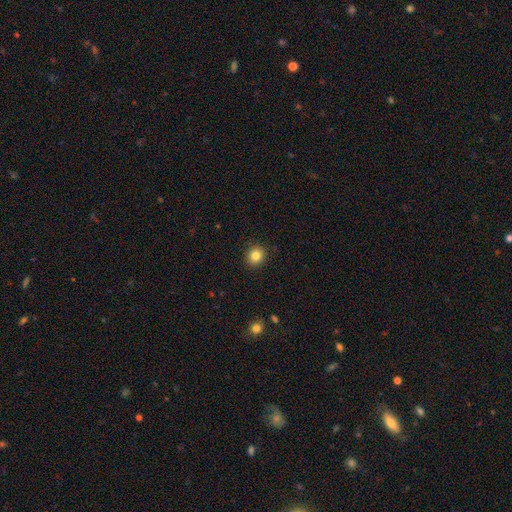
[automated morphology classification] This appears to be a smooth galaxy with no disk features (83%) that is round (85%). Merging: none (92%).